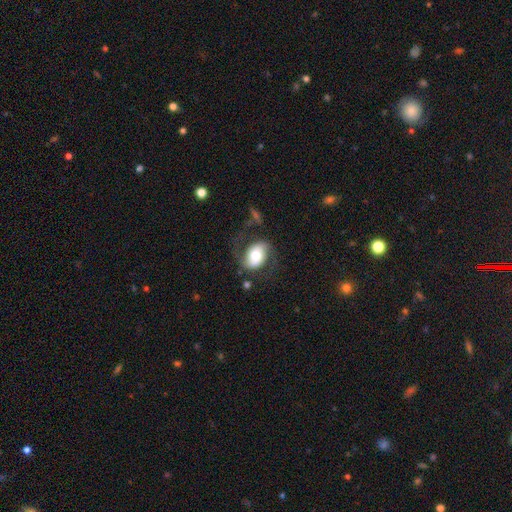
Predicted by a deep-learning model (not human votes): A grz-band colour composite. It shows a featured or disk galaxy (52%) with no bar (49%), spiral arms (78%) and a moderate central bulge (58%). Merging: none (57%).